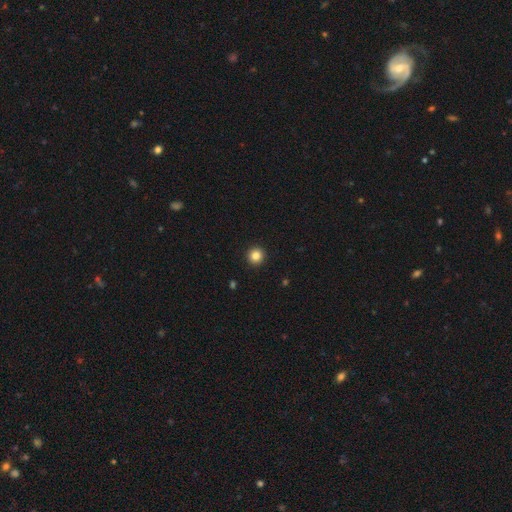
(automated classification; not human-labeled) smooth 84%, star or artifact 11%, featured or disk 5%. Down the decision tree: how rounded — round (96%); merging — none (94%).